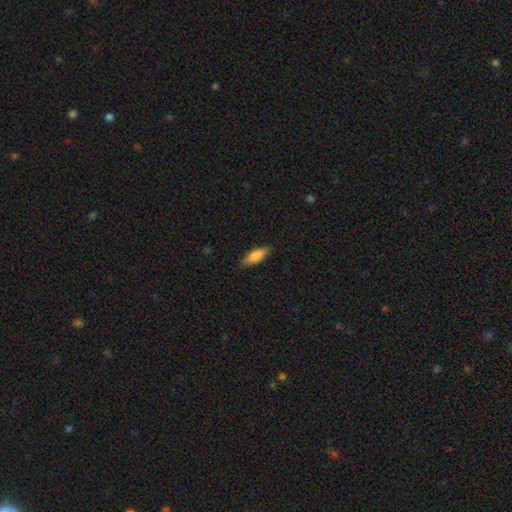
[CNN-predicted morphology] A smooth galaxy with no disk features (83%) that is in between round and cigar-shaped (65%).

Vote fractions:
- Smooth or featured? smooth: 83% / featured or disk: 11% / star or artifact: 6%
- How rounded? in between: 65% / cigar-shaped: 33% / round: 2%
- Merging? none: 85% / minor disturbance: 12% / major disturbance: 2% / merger: 1%